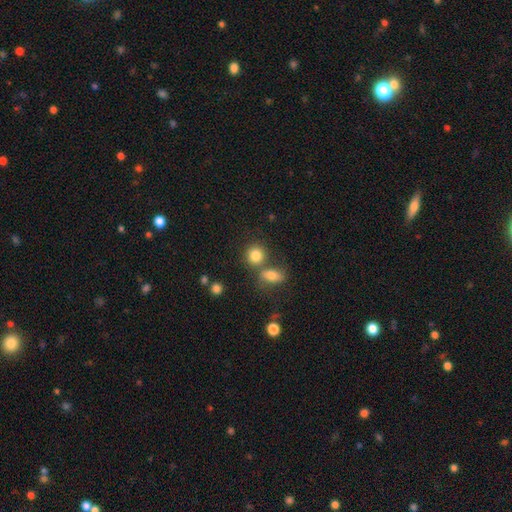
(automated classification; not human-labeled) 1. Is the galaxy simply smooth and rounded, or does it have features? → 82% smooth, 10% star or artifact, 7% featured or disk.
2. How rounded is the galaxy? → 81% round, 18% in between, 1% cigar-shaped.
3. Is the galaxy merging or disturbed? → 59% none, 28% merger, 9% minor disturbance, 4% major disturbance.